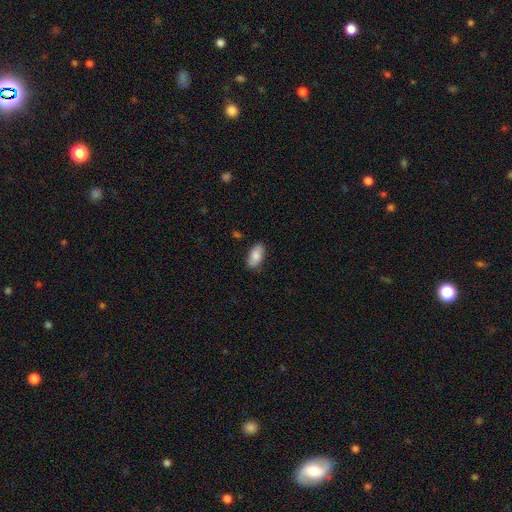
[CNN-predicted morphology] A smooth galaxy with no disk features (82%) that is in between round and cigar-shaped (93%).

Vote fractions:
- Smooth or featured? smooth: 82% / featured or disk: 11% / star or artifact: 7%
- How rounded? in between: 93% / cigar-shaped: 4% / round: 3%
- Merging? none: 83% / minor disturbance: 13% / major disturbance: 3% / merger: 1%